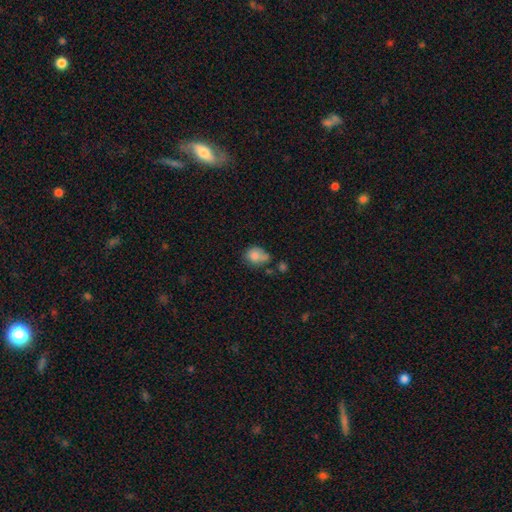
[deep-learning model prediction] Morphology: type=smooth (80%); roundness=round (50%); merging=none (39%).